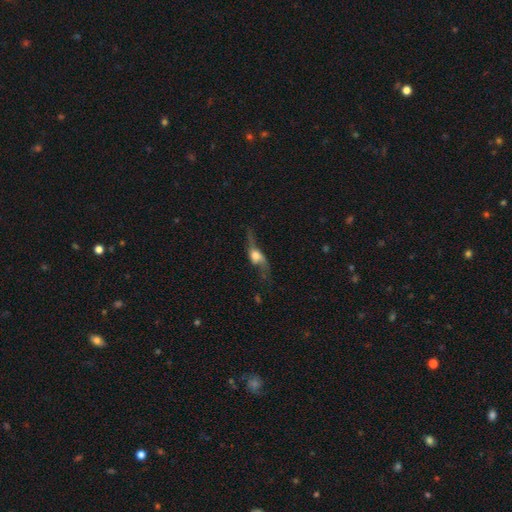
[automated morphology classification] type=featured or disk (60%); edge-on=no (51%); merging=none (43%).